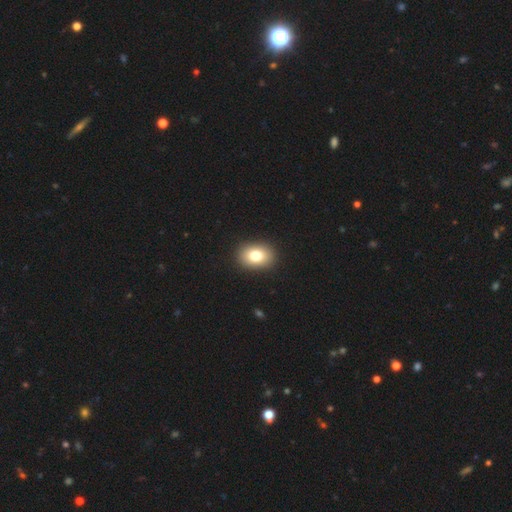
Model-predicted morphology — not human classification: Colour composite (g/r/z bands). It shows a smooth galaxy with no disk features (79%) that is in between round and cigar-shaped (74%). Merging: none (91%).